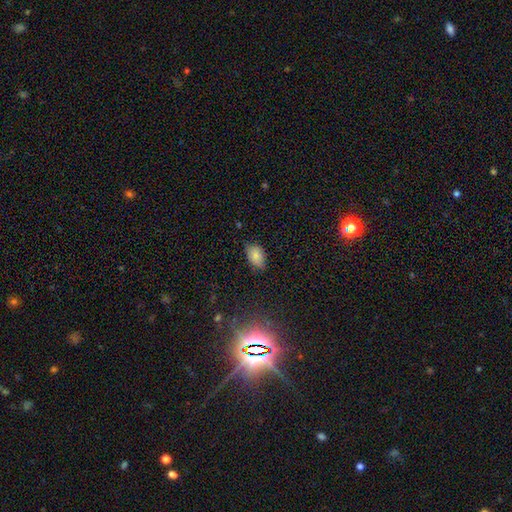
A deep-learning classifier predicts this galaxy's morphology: Smooth or featured? Predicted: smooth (p=0.83). How rounded? Predicted: in between (p=0.89). Merging? Predicted: none (p=0.75).